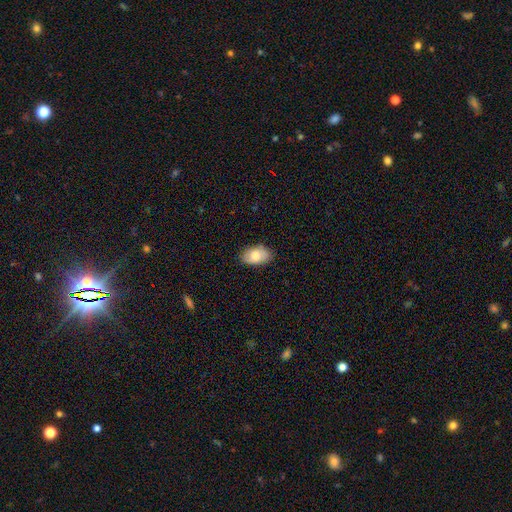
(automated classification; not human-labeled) Q: Smooth or featured?
A: smooth (77%); runner-up: featured or disk (16%)
Q: How rounded?
A: in between (92%); runner-up: round (7%)
Q: Merging?
A: none (85%); runner-up: minor disturbance (12%)